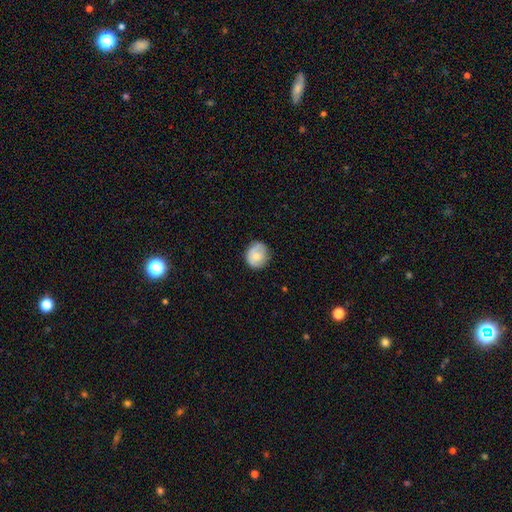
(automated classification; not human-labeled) Overall: smooth (70%). How rounded: round (73%). Merging: none (75%).